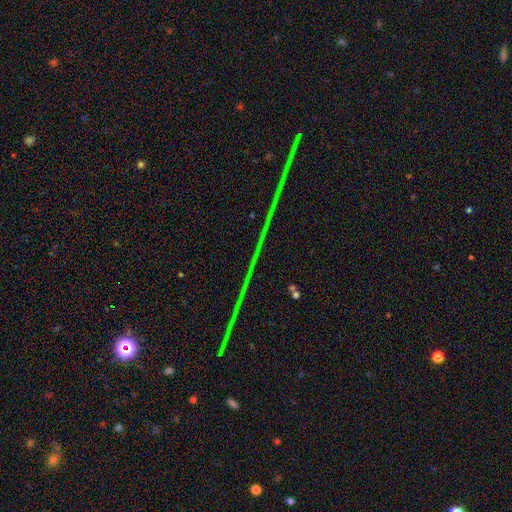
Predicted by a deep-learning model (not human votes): Morphology: type=star or artifact (86%).